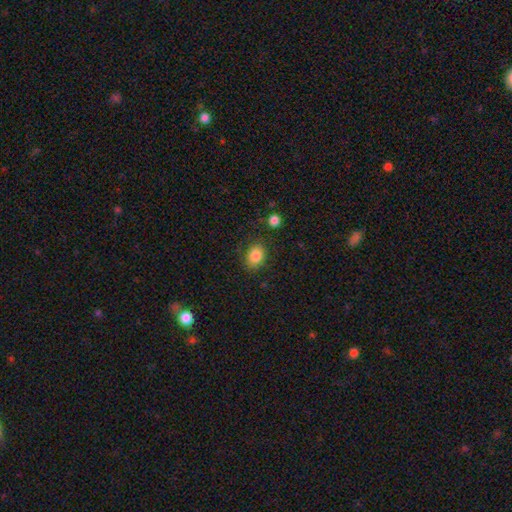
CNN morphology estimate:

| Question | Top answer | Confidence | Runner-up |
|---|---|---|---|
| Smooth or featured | smooth | 85% | star or artifact (9%) |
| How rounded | in between | 71% | round (28%) |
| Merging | none | 83% | minor disturbance (12%) |